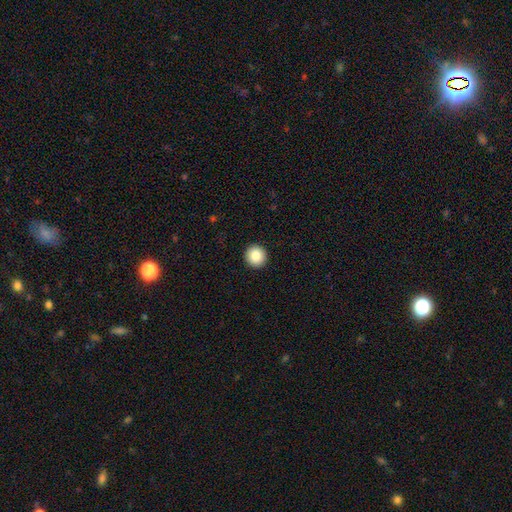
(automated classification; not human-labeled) Overall: smooth (87%). How rounded: round (94%). Merging: none (93%).